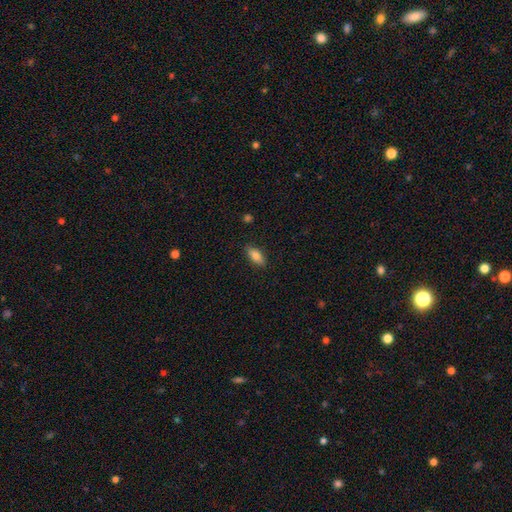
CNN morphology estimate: This appears to be a smooth galaxy with no disk features (78%) that is in between round and cigar-shaped (80%). Merging: none (87%).